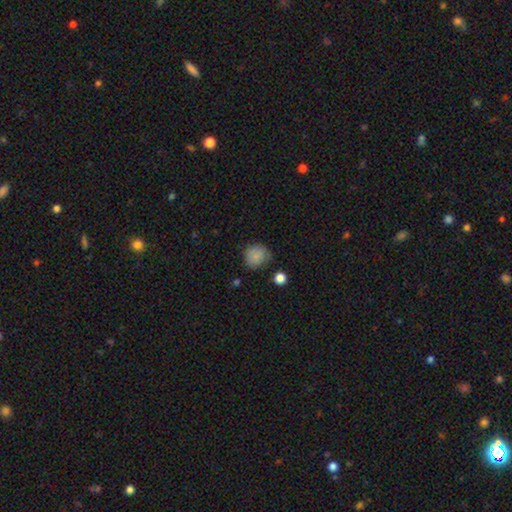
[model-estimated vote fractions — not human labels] Q: Smooth or featured?
A: smooth (82%); runner-up: star or artifact (10%)
Q: How rounded?
A: round (85%); runner-up: in between (14%)
Q: Merging?
A: none (71%); runner-up: minor disturbance (21%)